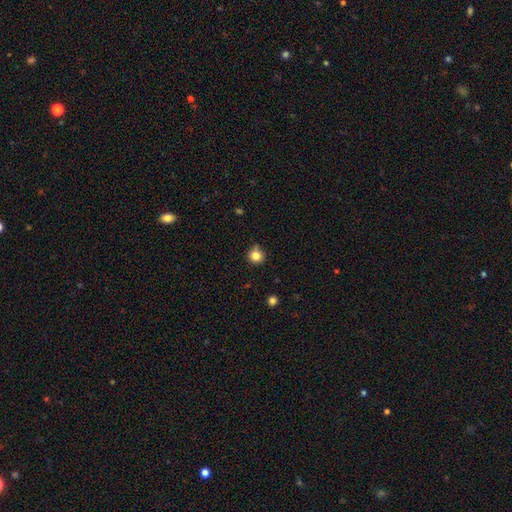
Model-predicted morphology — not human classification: Smooth or featured? Predicted: smooth (p=0.82). How rounded? Predicted: round (p=0.92). Merging? Predicted: none (p=0.75).